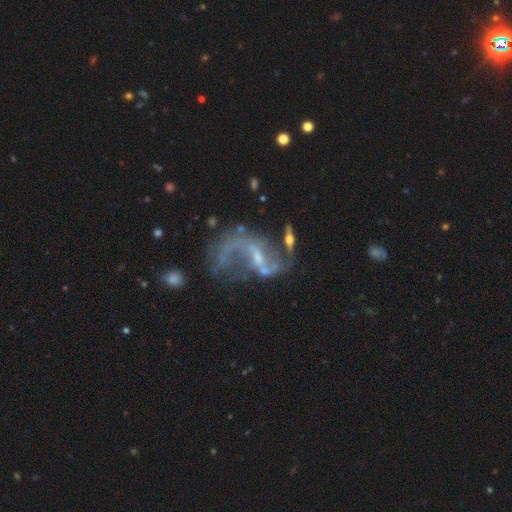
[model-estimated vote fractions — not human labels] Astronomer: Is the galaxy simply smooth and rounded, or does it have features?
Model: featured or disk — 87%.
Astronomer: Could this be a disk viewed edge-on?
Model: no — 98%.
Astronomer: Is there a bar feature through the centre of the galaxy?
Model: weak — 50% (runner-up: no, 26%).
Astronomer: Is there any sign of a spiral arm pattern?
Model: yes — 91%.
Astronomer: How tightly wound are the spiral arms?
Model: loose — 78%.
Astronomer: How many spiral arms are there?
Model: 2 — 86%.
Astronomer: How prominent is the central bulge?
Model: small — 60%.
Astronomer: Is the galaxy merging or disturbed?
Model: none — 47% (runner-up: major disturbance, 24%).